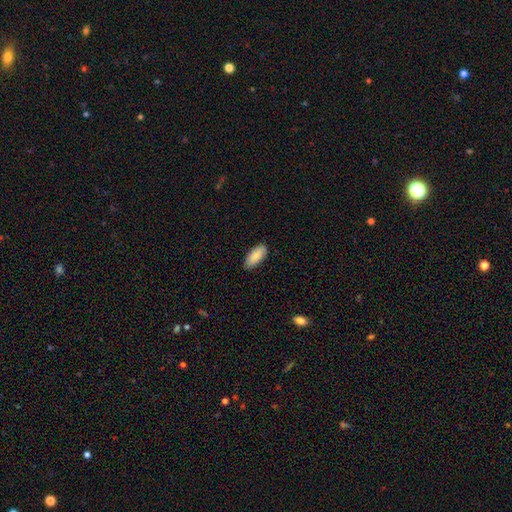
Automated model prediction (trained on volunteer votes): Overall: smooth (83%). How rounded: in between (89%). Merging: none (83%).